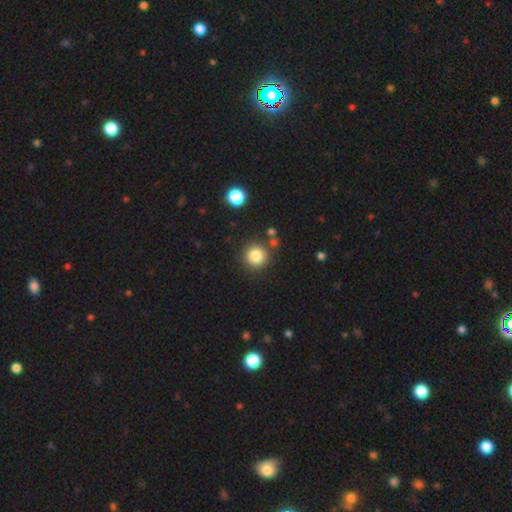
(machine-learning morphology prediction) A smooth galaxy with no disk features (83%) that is round (94%). Merging: none (85%).